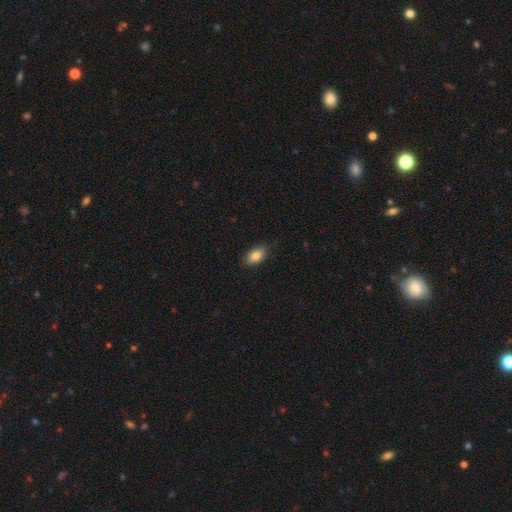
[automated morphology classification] Q: Smooth or featured?
A: smooth (82%); runner-up: featured or disk (10%)
Q: How rounded?
A: in between (89%); runner-up: round (6%)
Q: Merging?
A: none (79%); runner-up: minor disturbance (17%)